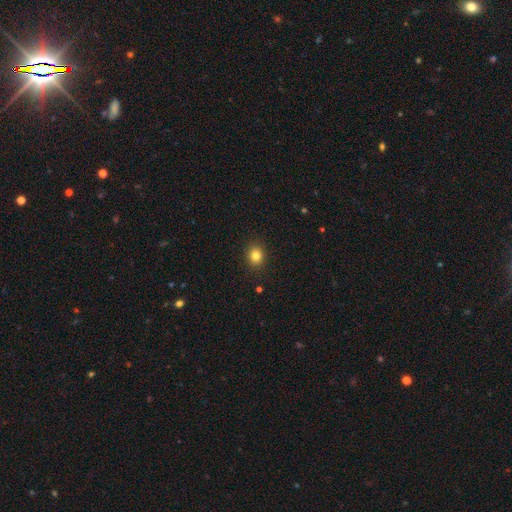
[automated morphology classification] Q: Smooth or featured?
A: smooth (82%); runner-up: star or artifact (12%)
Q: How rounded?
A: round (72%); runner-up: in between (27%)
Q: Merging?
A: none (90%); runner-up: minor disturbance (7%)